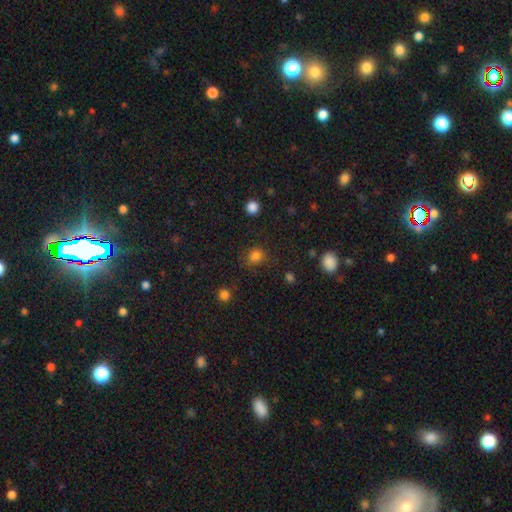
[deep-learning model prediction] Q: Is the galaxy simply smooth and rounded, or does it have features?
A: smooth — 80%.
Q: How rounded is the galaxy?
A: round — 74%.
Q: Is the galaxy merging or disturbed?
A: none — 75%.